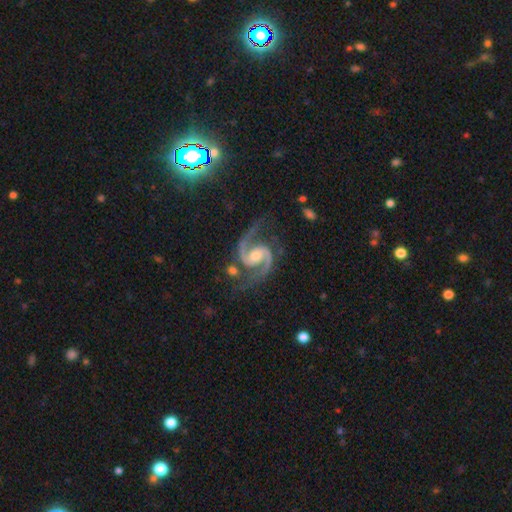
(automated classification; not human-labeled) This appears to be a featured or disk galaxy (94%) with no bar (42%, tied with weak), 2 (95%) medium (68%) spiral arms (99%) and a moderate central bulge (54%). Merging: none (74%).